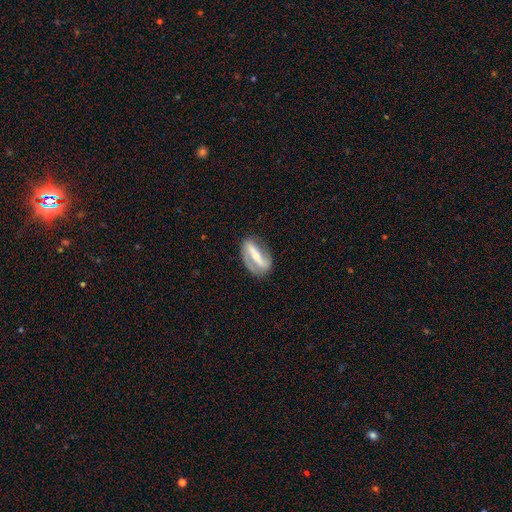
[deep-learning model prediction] Smooth or featured?
  - featured or disk: 78% *
  - smooth: 17%
  - star or artifact: 5%
Edge-on disk?
  - no: 83% *
  - yes: 17%
Bar?
  - strong: 78% *
  - weak: 13%
  - no: 9%
Spiral arms?
  - yes: 72% *
  - no: 28%
Bulge size?
  - small: 51% *
  - moderate: 42%
  - large: 3%
  - none: 2%
  - dominant: 1%
Merging?
  - none: 76% *
  - minor disturbance: 16%
  - major disturbance: 7%
  - merger: 2%